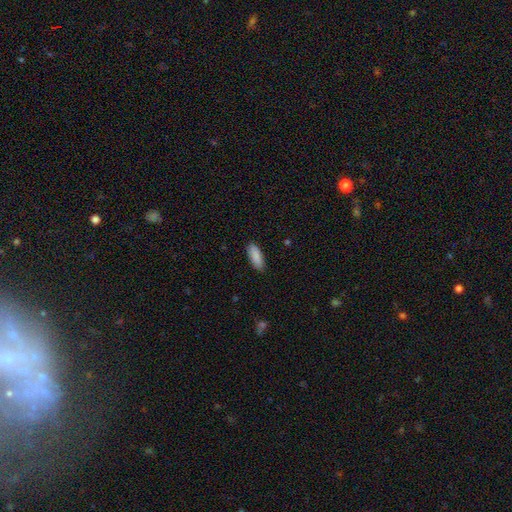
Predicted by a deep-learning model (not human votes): Smooth or featured? smooth (89%)
How rounded? in between (72%)
Merging? none (86%)